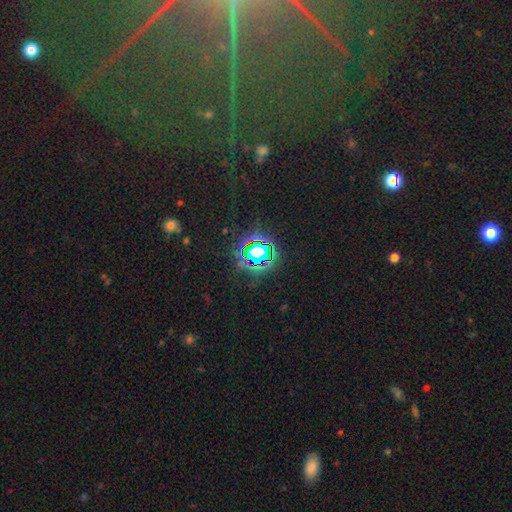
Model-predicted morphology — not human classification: smooth_or_featured: star or artifact (p=0.78) [alt: smooth p=0.13]